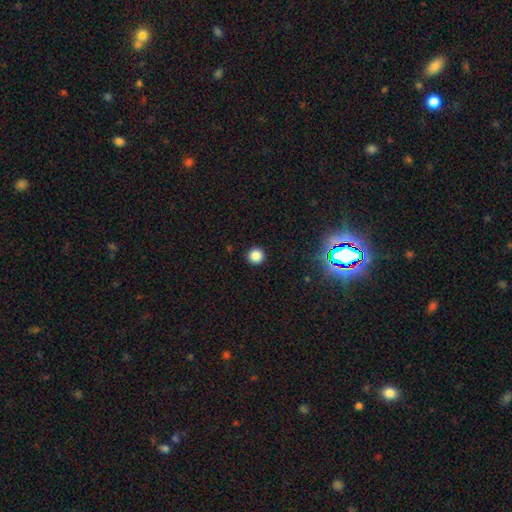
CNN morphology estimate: type=smooth (84%); roundness=round (96%); merging=none (93%).